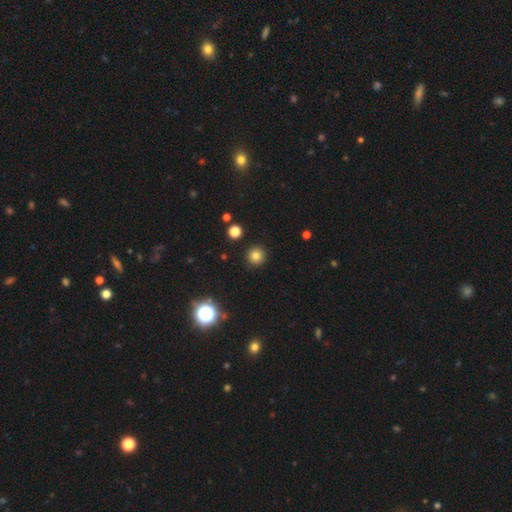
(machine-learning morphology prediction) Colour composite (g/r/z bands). It shows a smooth galaxy with no disk features (79%) that is round (94%). Merging: none (91%).